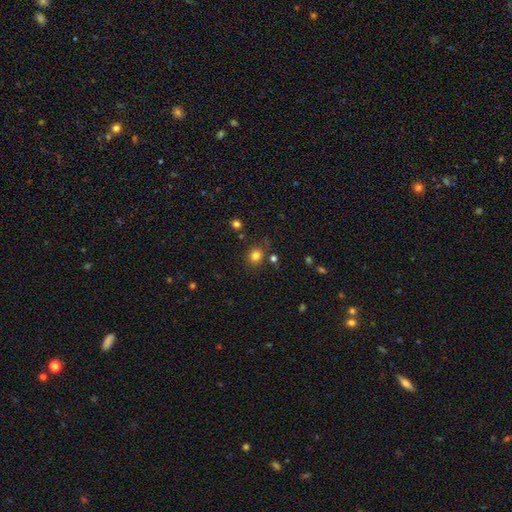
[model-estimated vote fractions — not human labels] smooth 80%, star or artifact 14%, featured or disk 6%. Down the decision tree: how rounded — round (83%); merging — none (79%).